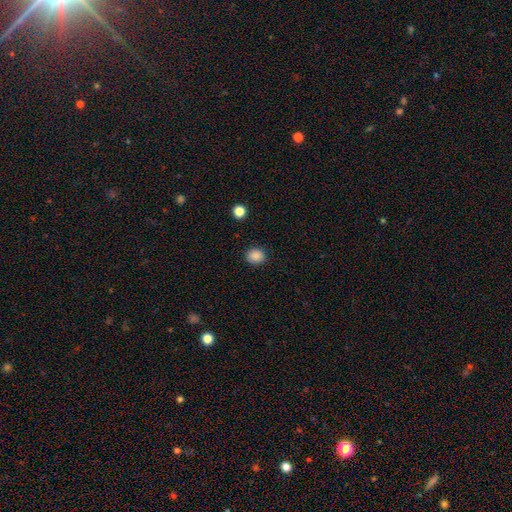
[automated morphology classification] smooth_or_featured: smooth (p=0.87) [alt: star or artifact p=0.10]
how_rounded: round (p=0.72) [alt: in between p=0.28]
merging: none (p=0.90) [alt: minor disturbance p=0.07]